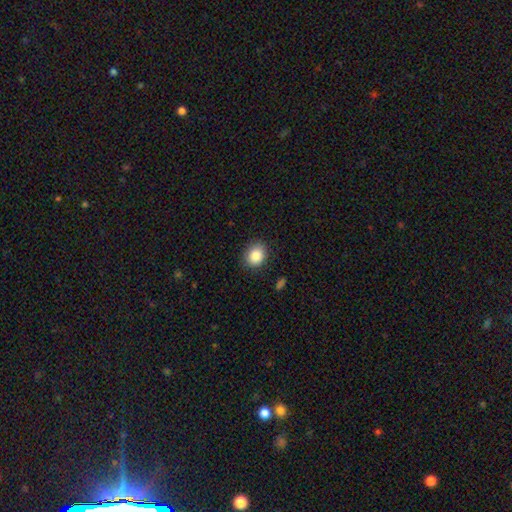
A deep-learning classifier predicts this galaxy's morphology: Q: Smooth or featured?
A: smooth (86%); runner-up: star or artifact (9%)
Q: How rounded?
A: round (65%); runner-up: in between (35%)
Q: Merging?
A: none (86%); runner-up: minor disturbance (10%)